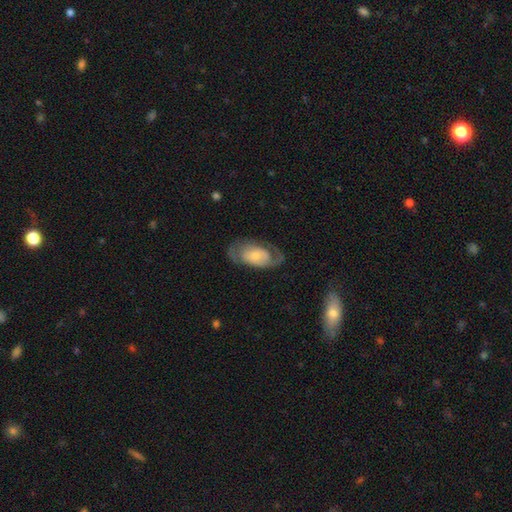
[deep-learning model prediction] Smooth or featured? Predicted: featured or disk (p=0.66). Edge-on disk? Predicted: no (p=0.94). Bar? Predicted: no (p=0.74). Spiral arms? Predicted: yes (p=0.77). Bulge size? Predicted: small (p=0.51). Merging? Predicted: none (p=0.60).